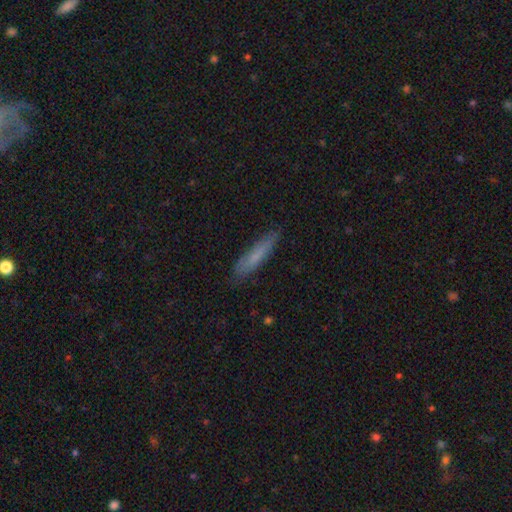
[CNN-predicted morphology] This appears to be a smooth galaxy with no disk features (71%) that is cigar-shaped (89%). Merging: none (84%).